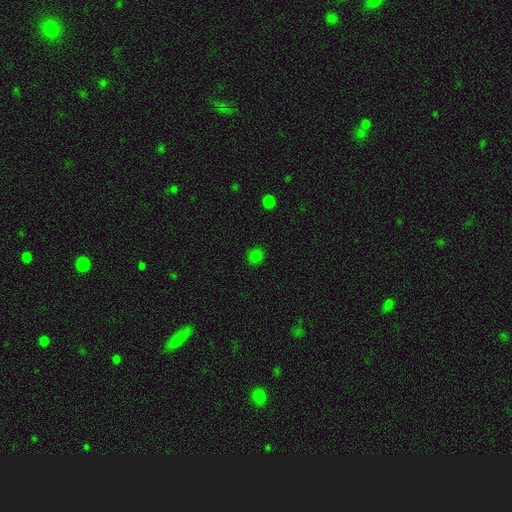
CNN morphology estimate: A smooth galaxy with no disk features (79%) that is round (85%).

Vote fractions:
- Smooth or featured? smooth: 79% / star or artifact: 17% / featured or disk: 4%
- How rounded? round: 85% / in between: 14% / cigar-shaped: 1%
- Merging? none: 89% / minor disturbance: 8% / major disturbance: 2% / merger: 1%